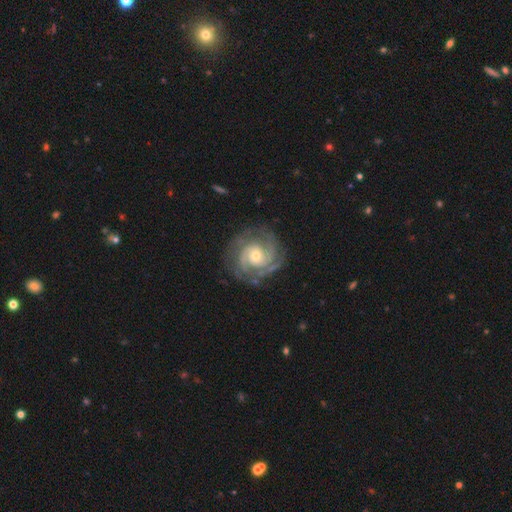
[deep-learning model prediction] Smooth or featured? featured or disk (90%)
Edge-on disk? no (98%)
Bar? no (70%)
Spiral arms? yes (98%)
Spiral winding? tight (68%)
Spiral arm count? 3 (34%)
Bulge size? small (52%)
Merging? none (80%)